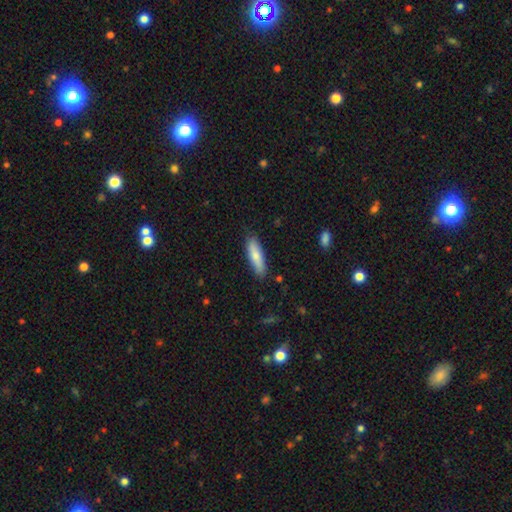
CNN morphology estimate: type=smooth (76%); roundness=cigar-shaped (61%); merging=none (84%).